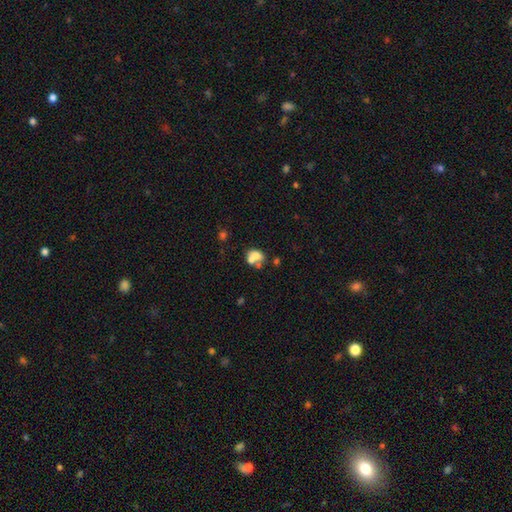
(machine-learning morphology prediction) This appears to be a smooth galaxy with no disk features (62%) that is in between round and cigar-shaped (55%). Merging: merger (56%).